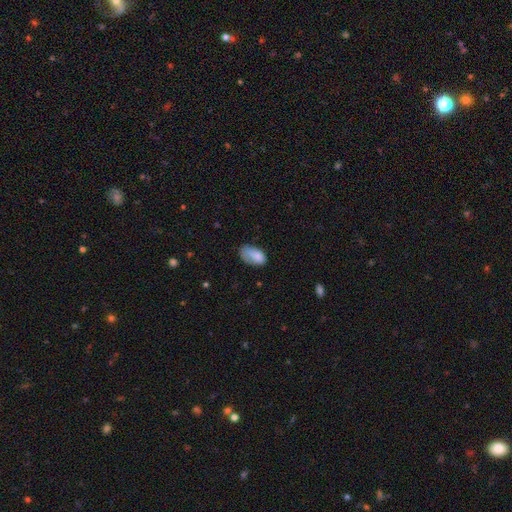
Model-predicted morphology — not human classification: type=smooth (80%); roundness=in between (93%); merging=none (48%).